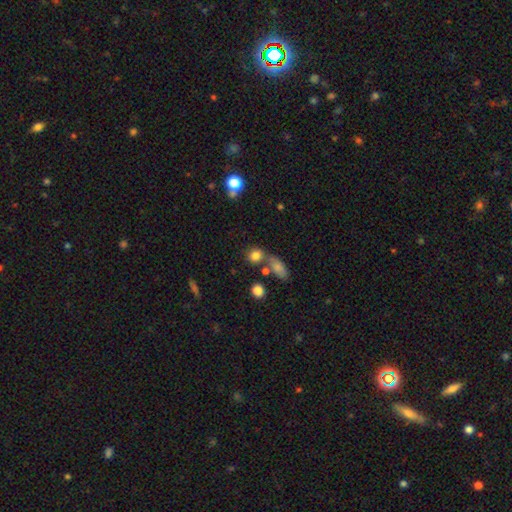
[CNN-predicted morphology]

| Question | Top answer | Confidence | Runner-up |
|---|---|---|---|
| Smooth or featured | smooth | 80% | star or artifact (12%) |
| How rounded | round | 71% | in between (27%) |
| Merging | none | 56% | merger (25%) |